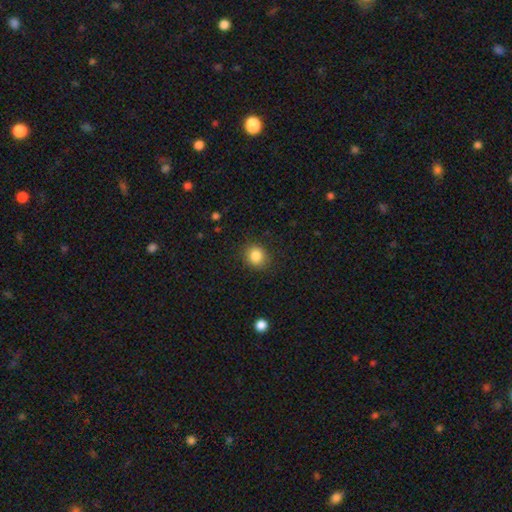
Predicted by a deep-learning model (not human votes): Smooth or featured: smooth — 86% (star or artifact — 10%)
How rounded: round — 81% (in between — 19%)
Merging: none — 88% (minor disturbance — 8%)